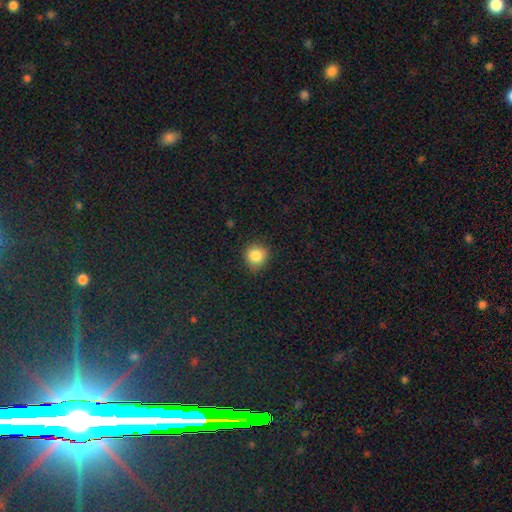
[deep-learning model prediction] Smooth or featured: smooth — 84% (star or artifact — 11%)
How rounded: round — 87% (in between — 12%)
Merging: none — 81% (minor disturbance — 15%)